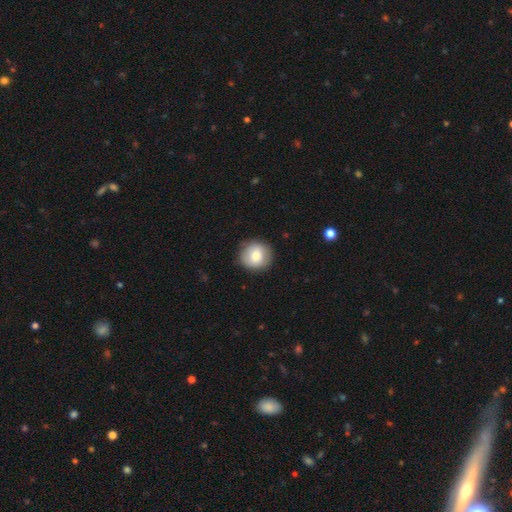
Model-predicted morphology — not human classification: Smooth or featured?
  - smooth: 77% *
  - featured or disk: 15%
  - star or artifact: 8%
How rounded?
  - round: 92% *
  - in between: 7%
  - cigar-shaped: 1%
Merging?
  - none: 88% *
  - minor disturbance: 9%
  - major disturbance: 2%
  - merger: 1%